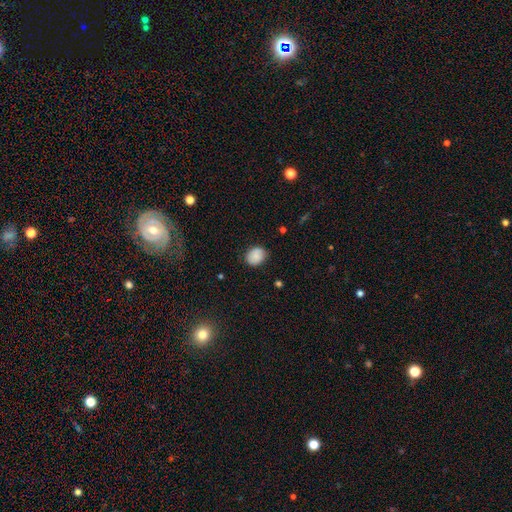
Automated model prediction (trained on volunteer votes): Smooth or featured?
  - smooth: 84% *
  - star or artifact: 8%
  - featured or disk: 8%
How rounded?
  - round: 56% *
  - in between: 43%
  - cigar-shaped: 1%
Merging?
  - none: 81% *
  - minor disturbance: 15%
  - major disturbance: 3%
  - merger: 1%